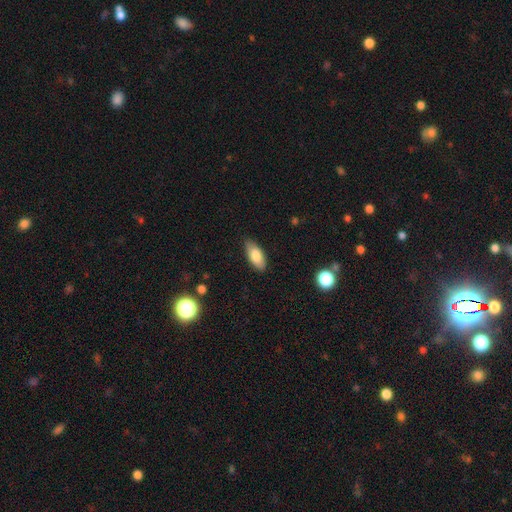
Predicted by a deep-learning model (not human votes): A smooth galaxy with no disk features (82%) that is in between round and cigar-shaped (86%). Merging: none (82%).